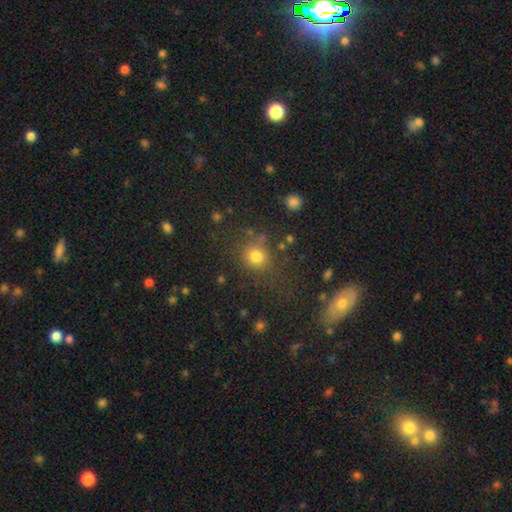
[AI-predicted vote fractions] Smooth or featured? smooth (77%)
How rounded? round (85%)
Merging? none (77%)